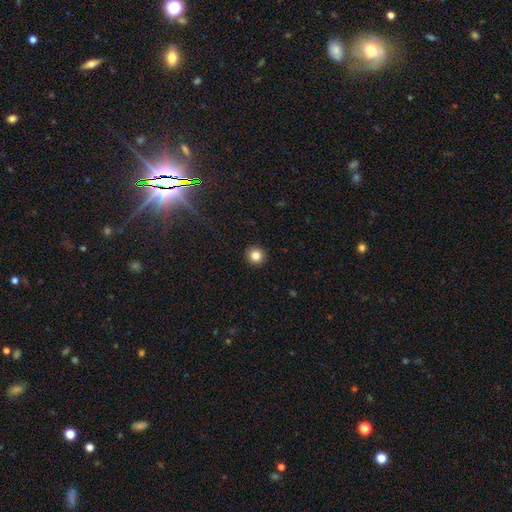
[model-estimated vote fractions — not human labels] This is clearly a smooth galaxy (83%). How rounded: clearly round (95%). Merging: clearly none (93%).